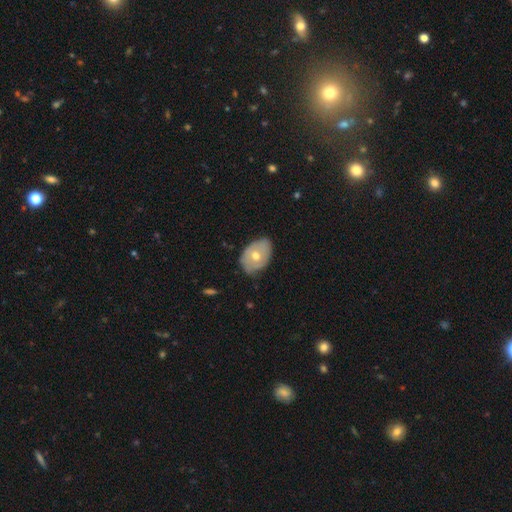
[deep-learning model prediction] This is possibly a smooth galaxy (47%). Merging: likely none (68%).